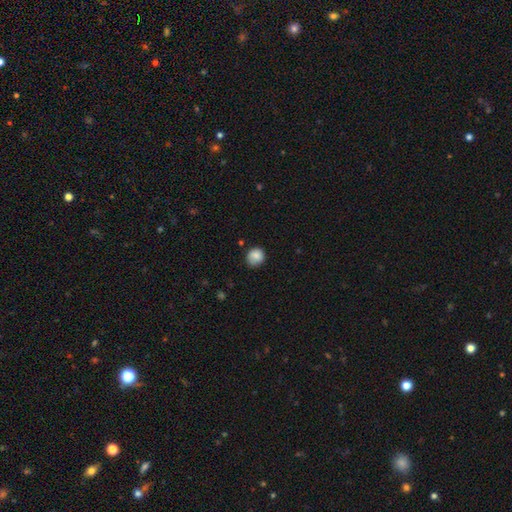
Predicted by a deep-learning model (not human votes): Overall: smooth (85%). How rounded: round (83%). Merging: none (73%).